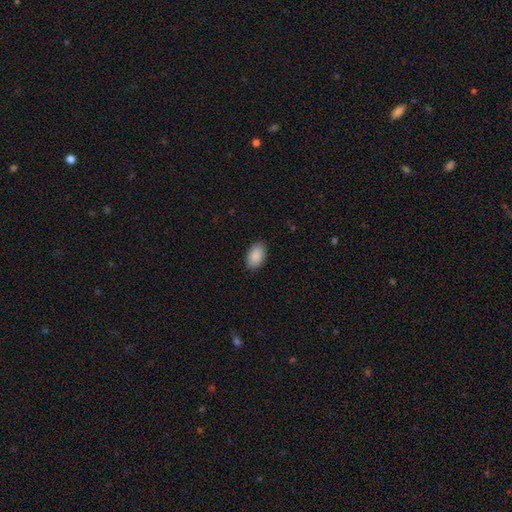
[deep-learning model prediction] Overall: smooth (90%). How rounded: in between (93%). Merging: none (88%).